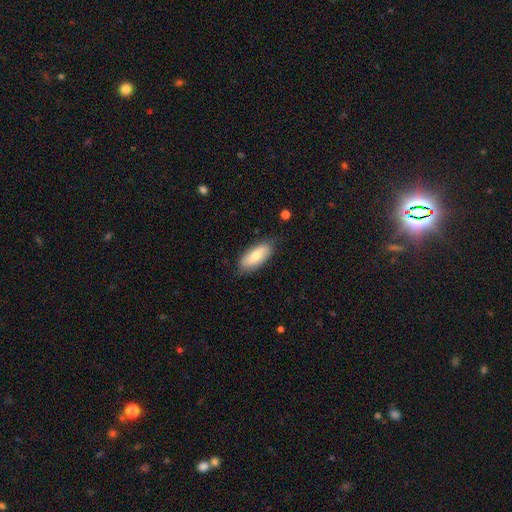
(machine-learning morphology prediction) type=smooth (71%); roundness=in between (82%); merging=none (79%).